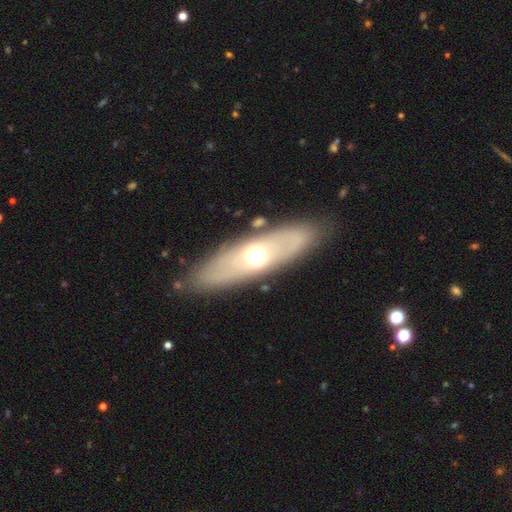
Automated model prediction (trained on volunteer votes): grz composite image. It shows a featured or disk galaxy (50%). Merging: none (83%).